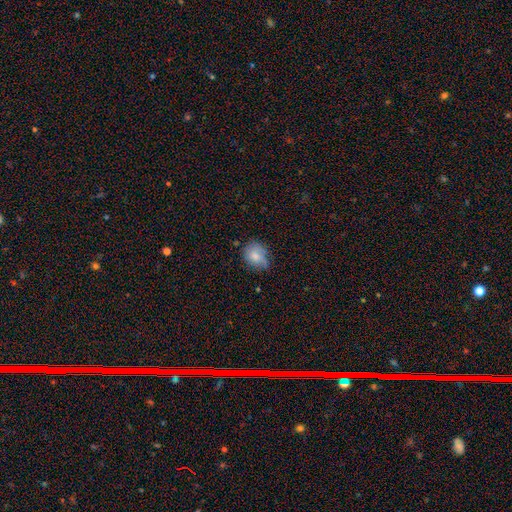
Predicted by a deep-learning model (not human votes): Smooth or featured: smooth — 73% (featured or disk — 18%)
How rounded: round — 58% (in between — 41%)
Merging: none — 56% (minor disturbance — 32%)